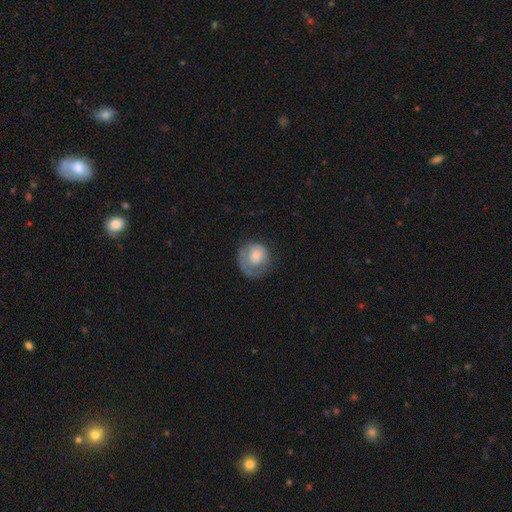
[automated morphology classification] Smooth or featured? smooth (63%)
How rounded? round (78%)
Merging? none (49%)